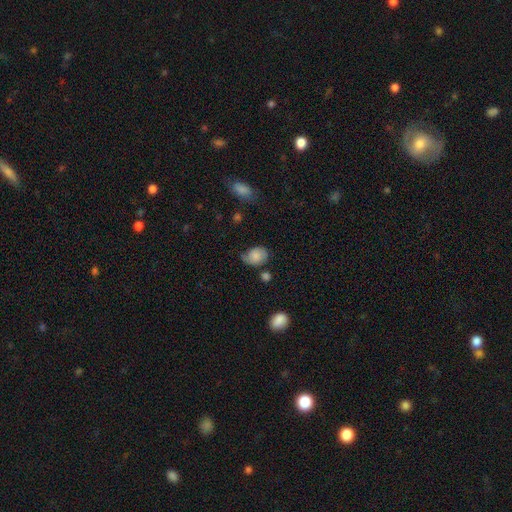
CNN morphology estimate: Q: Smooth or featured?
A: smooth (69%); runner-up: featured or disk (22%)
Q: How rounded?
A: in between (60%); runner-up: round (38%)
Q: Merging?
A: none (48%); runner-up: minor disturbance (35%)